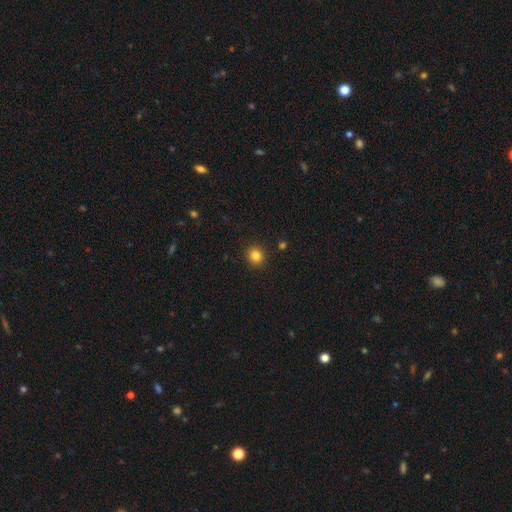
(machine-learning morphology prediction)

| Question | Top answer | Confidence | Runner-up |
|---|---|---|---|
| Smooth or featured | smooth | 83% | star or artifact (12%) |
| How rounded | round | 87% | in between (13%) |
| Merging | none | 91% | minor disturbance (6%) |